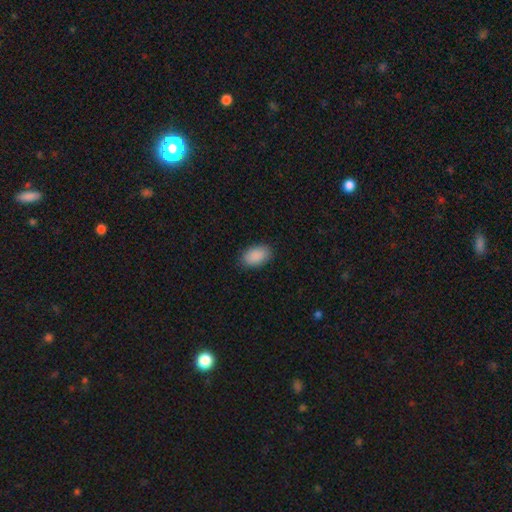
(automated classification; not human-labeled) smooth-or-featured: smooth: 90% | star or artifact: 7% | featured or disk: 3%
  how-rounded: in between: 93% | round: 5% | cigar-shaped: 2%
  merging: none: 88% | minor disturbance: 9% | major disturbance: 2% | merger: 1%